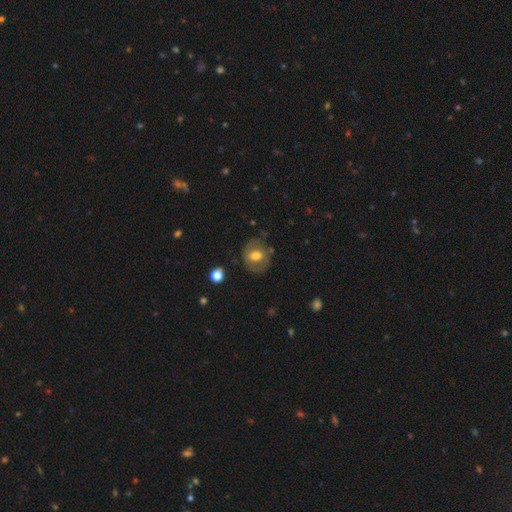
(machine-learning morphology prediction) Smooth or featured: smooth — 56% (featured or disk — 36%)
How rounded: round — 68% (in between — 31%)
Merging: none — 72% (minor disturbance — 18%)